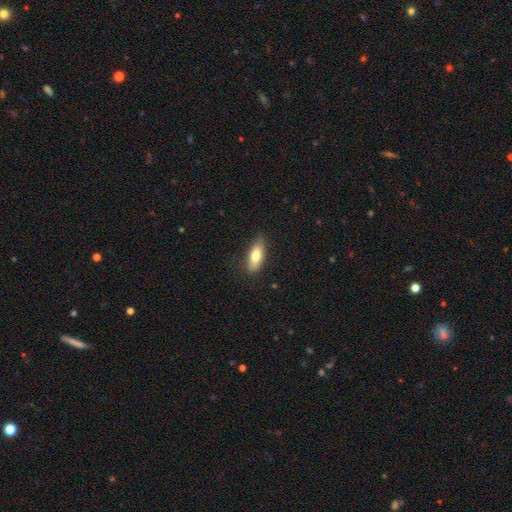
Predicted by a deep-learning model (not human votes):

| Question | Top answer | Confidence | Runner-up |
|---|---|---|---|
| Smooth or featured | smooth | 76% | featured or disk (18%) |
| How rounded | in between | 74% | cigar-shaped (23%) |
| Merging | none | 81% | minor disturbance (15%) |